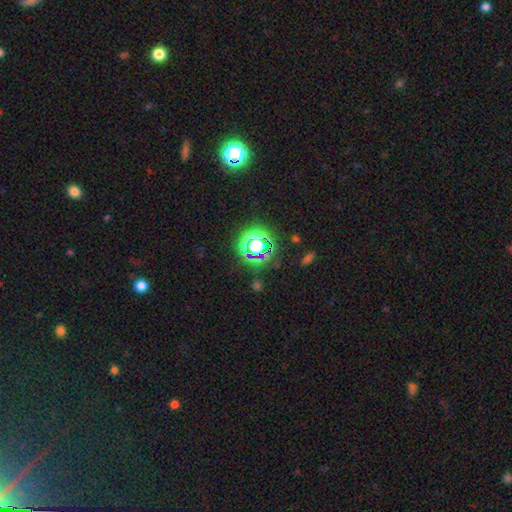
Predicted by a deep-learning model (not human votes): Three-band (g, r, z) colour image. It shows a star or artifact, not a galaxy (79%).